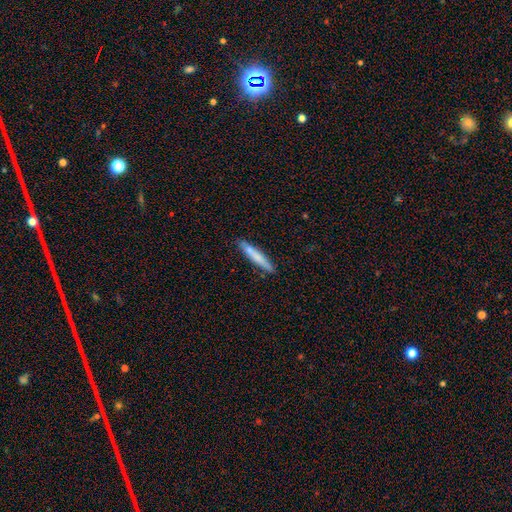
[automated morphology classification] Smooth or featured: smooth — 72% (featured or disk — 22%)
How rounded: cigar-shaped — 94% (in between — 5%)
Merging: none — 87% (minor disturbance — 10%)